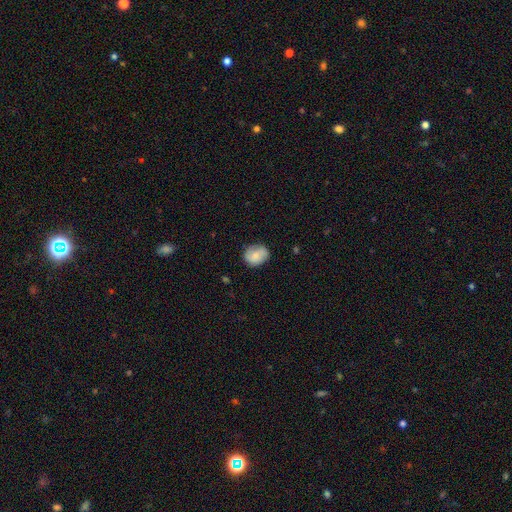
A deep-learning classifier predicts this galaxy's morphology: The model was most divided on "how rounded": round: 57%, in between: 42%, cigar-shaped: 1%. More confident: smooth or featured — smooth (70%); merging — none (69%).